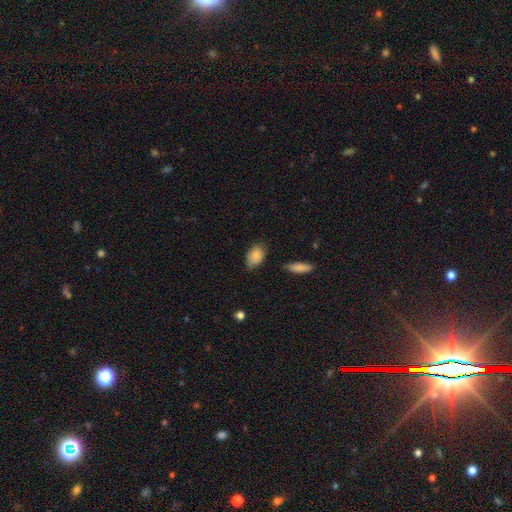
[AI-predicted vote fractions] The model was most divided on "merging": none: 71%, minor disturbance: 23%, major disturbance: 4%, merger: 2%. More confident: smooth or featured — smooth (86%); how rounded — in between (85%).